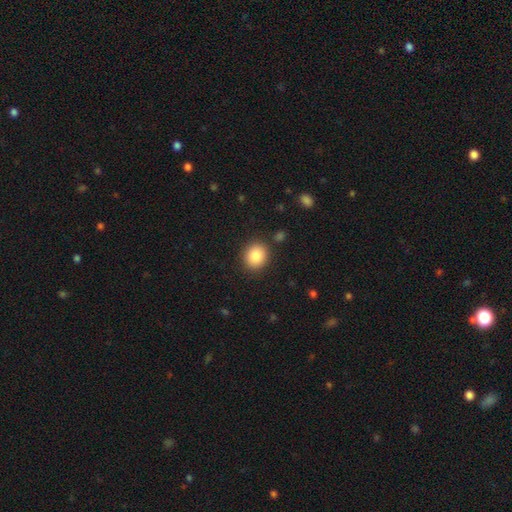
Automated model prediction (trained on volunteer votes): Morphology: type=smooth (86%); roundness=round (71%); merging=none (88%).